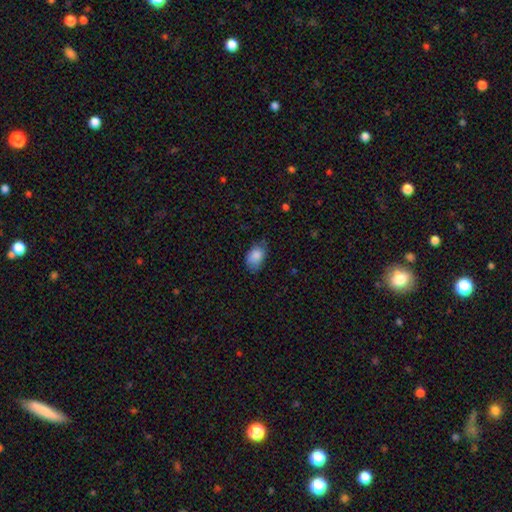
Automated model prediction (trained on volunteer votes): Smooth or featured? smooth (87%)
How rounded? in between (83%)
Merging? none (64%)